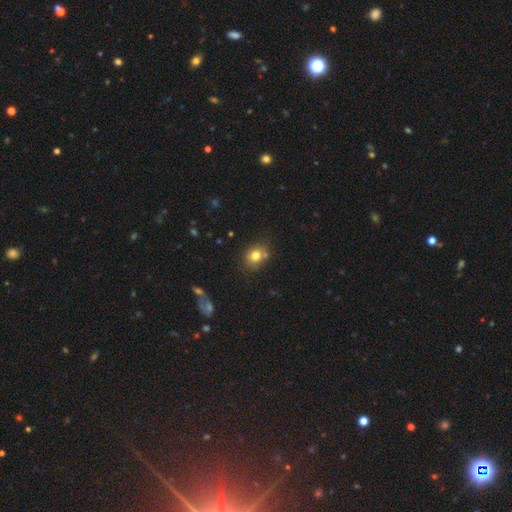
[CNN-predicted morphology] smooth 77%, star or artifact 12%, featured or disk 11%. Down the decision tree: how rounded — round (64%); merging — none (69%).